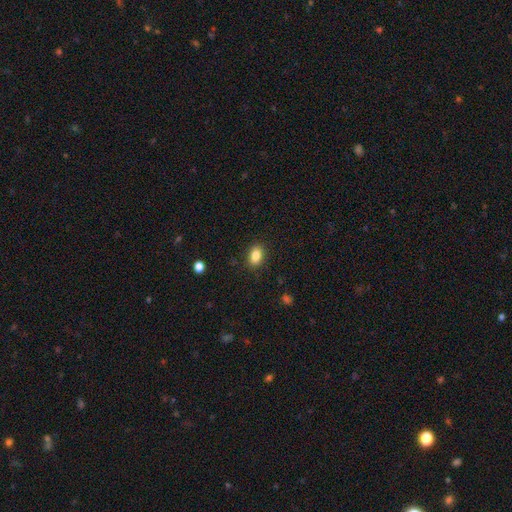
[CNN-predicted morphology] Smooth or featured: smooth — 85% (star or artifact — 9%)
How rounded: in between — 83% (round — 15%)
Merging: none — 88% (minor disturbance — 9%)